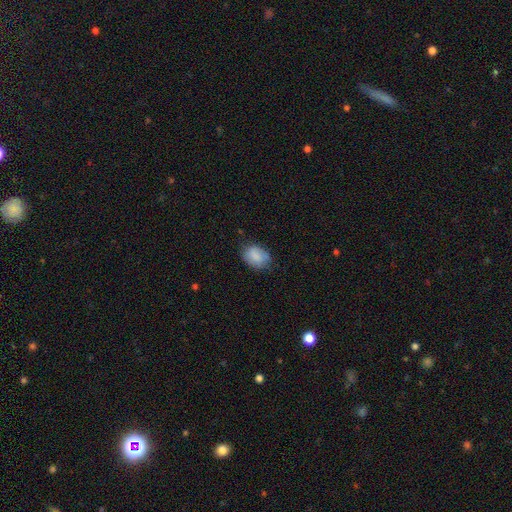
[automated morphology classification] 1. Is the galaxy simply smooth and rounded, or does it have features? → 85% smooth, 8% featured or disk, 7% star or artifact.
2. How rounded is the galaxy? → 69% in between, 30% round, 1% cigar-shaped.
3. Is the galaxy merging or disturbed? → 69% none, 24% minor disturbance, 5% major disturbance, 1% merger.